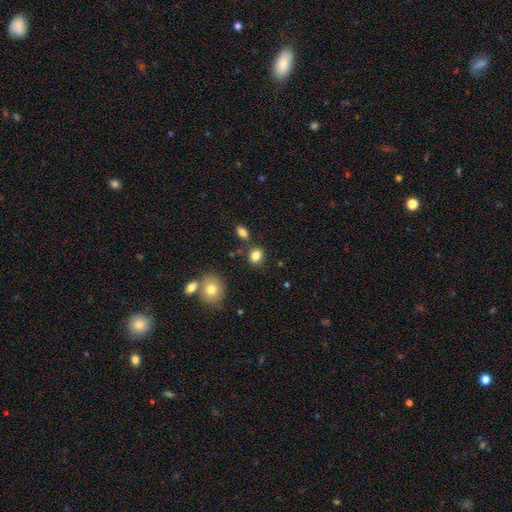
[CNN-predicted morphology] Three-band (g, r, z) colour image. It shows a smooth galaxy with no disk features (83%) that is round (71%). Merging: none (81%).